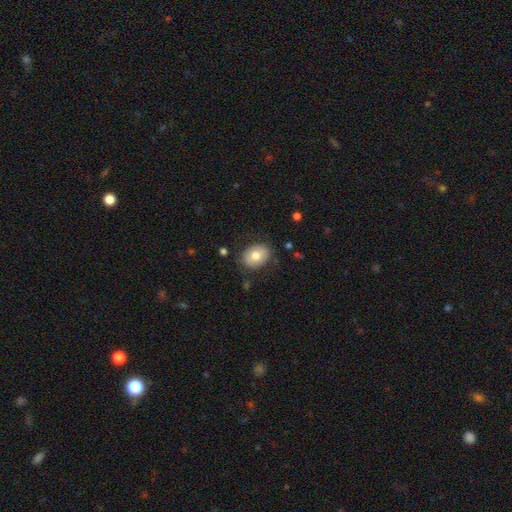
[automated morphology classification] smooth_or_featured: smooth (p=0.76) [alt: featured or disk p=0.17]
how_rounded: in between (p=0.62) [alt: round p=0.38]
merging: none (p=0.84) [alt: minor disturbance p=0.12]